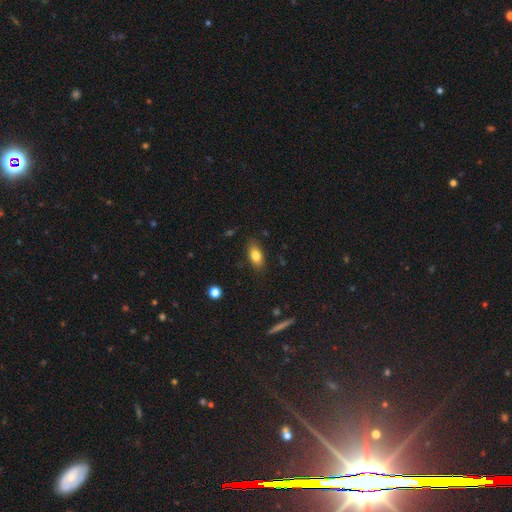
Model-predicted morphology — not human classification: A smooth galaxy with no disk features (80%) that is in between round and cigar-shaped (86%). Merging: none (84%).